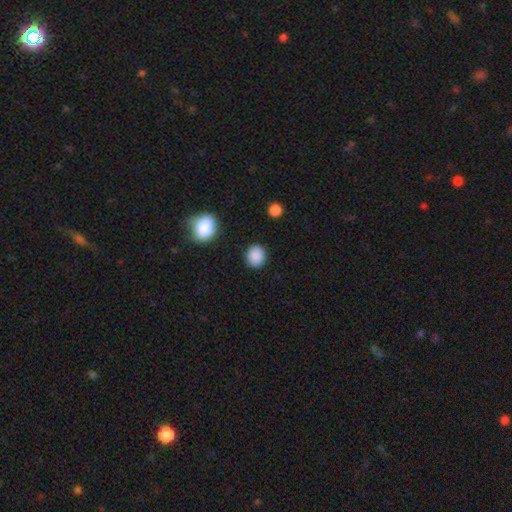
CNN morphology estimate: smooth 89%, star or artifact 8%, featured or disk 3%. Down the decision tree: how rounded — round (78%); merging — none (89%).